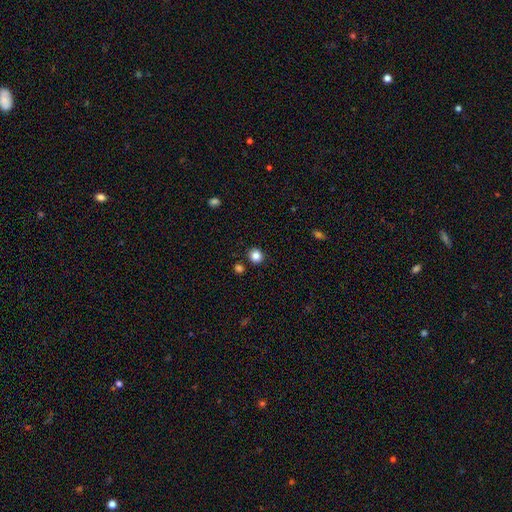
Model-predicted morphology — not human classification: smooth-or-featured: smooth: 84% | star or artifact: 11% | featured or disk: 4%
  how-rounded: round: 89% | in between: 10% | cigar-shaped: 1%
  merging: none: 89% | minor disturbance: 6% | merger: 3% | major disturbance: 2%